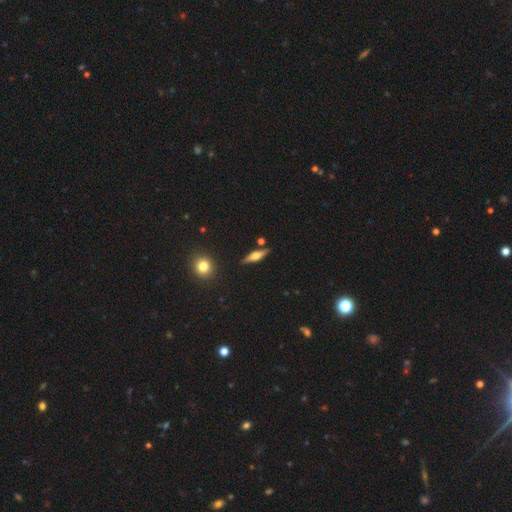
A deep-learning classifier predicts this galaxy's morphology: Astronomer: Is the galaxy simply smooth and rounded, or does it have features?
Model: featured or disk — 64%.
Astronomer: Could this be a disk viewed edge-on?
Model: yes — 96%.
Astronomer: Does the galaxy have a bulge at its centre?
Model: rounded — 93%.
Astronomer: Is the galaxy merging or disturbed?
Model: none — 86%.